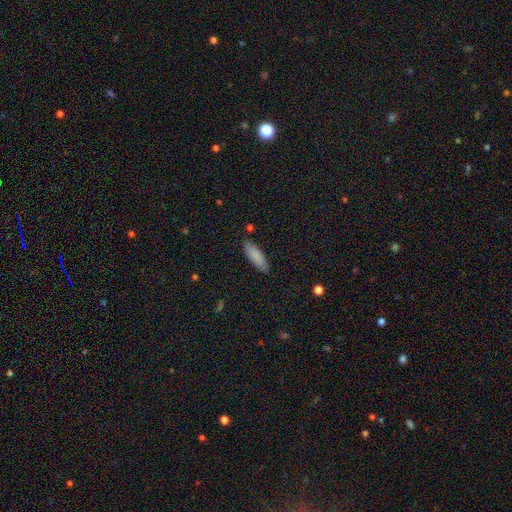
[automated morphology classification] Smooth or featured? smooth (86%)
How rounded? in between (52%)
Merging? none (87%)